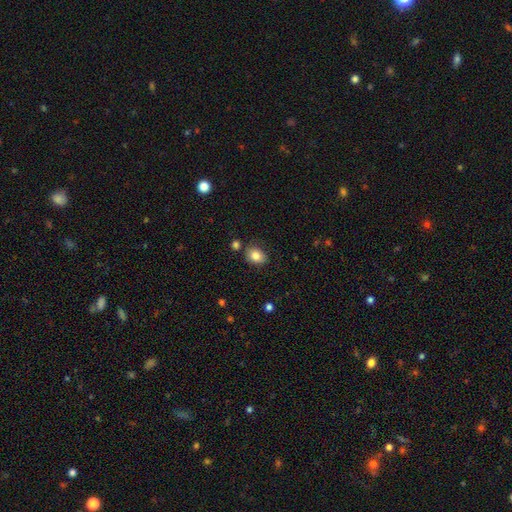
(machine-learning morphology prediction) Q: Smooth or featured?
A: smooth (84%); runner-up: star or artifact (9%)
Q: How rounded?
A: in between (62%); runner-up: round (37%)
Q: Merging?
A: none (74%); runner-up: minor disturbance (16%)